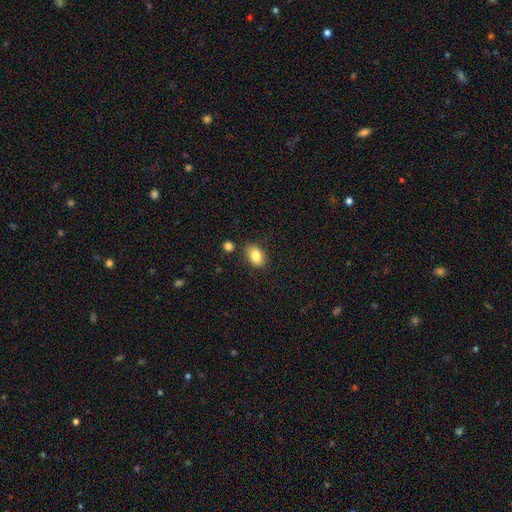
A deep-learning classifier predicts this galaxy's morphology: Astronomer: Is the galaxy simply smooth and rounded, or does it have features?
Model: smooth — 85%.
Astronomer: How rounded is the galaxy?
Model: in between — 86%.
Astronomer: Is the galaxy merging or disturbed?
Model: none — 81%.